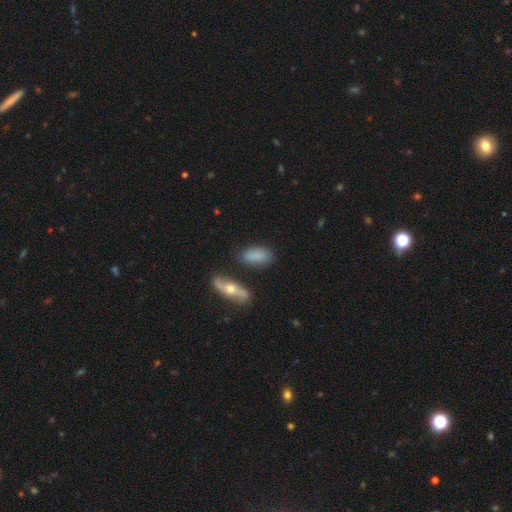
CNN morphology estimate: Overall: smooth (81%). How rounded: in between (88%). Merging: none (74%).